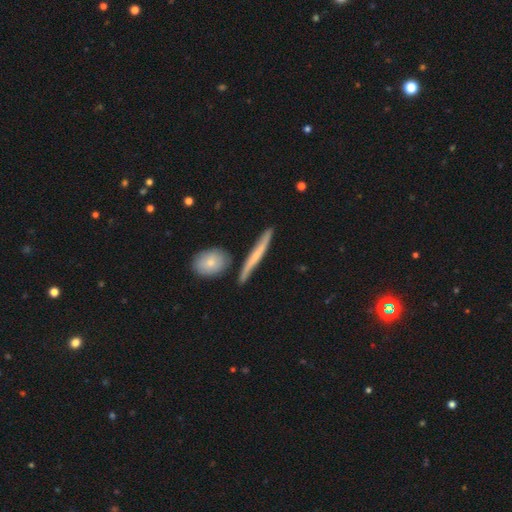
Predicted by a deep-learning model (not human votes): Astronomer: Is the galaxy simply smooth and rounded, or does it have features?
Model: featured or disk — 53% (runner-up: smooth, 41%).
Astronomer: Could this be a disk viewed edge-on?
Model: yes — 92%.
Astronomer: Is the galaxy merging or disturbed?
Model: none — 81%.